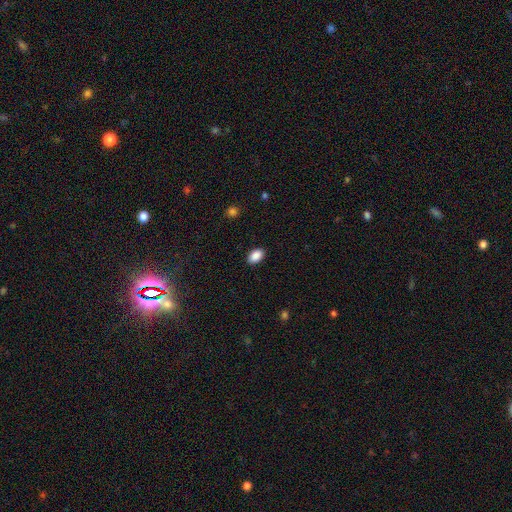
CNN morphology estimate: smooth-or-featured: smooth: 89% | star or artifact: 8% | featured or disk: 3%
  how-rounded: in between: 90% | round: 9% | cigar-shaped: 1%
  merging: none: 89% | minor disturbance: 8% | major disturbance: 2% | merger: 1%